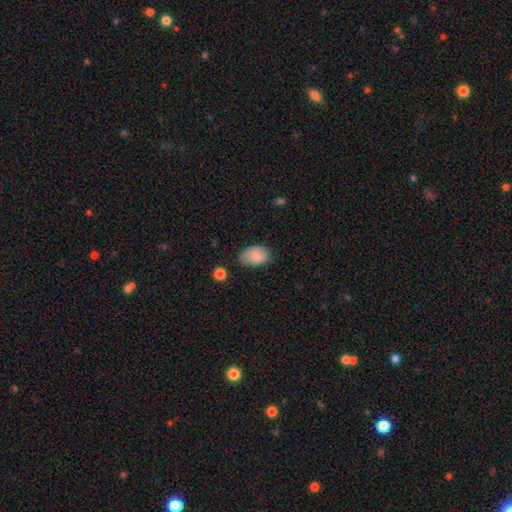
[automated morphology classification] A smooth galaxy with no disk features (86%) that is in between round and cigar-shaped (87%).

Vote fractions:
- Smooth or featured? smooth: 86% / star or artifact: 7% / featured or disk: 7%
- How rounded? in between: 87% / round: 12% / cigar-shaped: 1%
- Merging? none: 70% / minor disturbance: 24% / major disturbance: 5% / merger: 2%